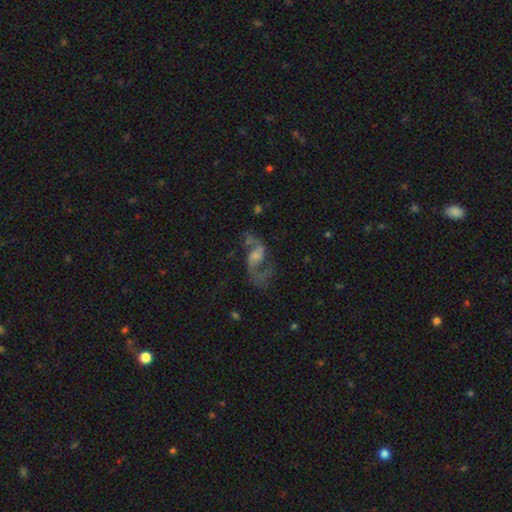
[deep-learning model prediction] This appears to be a featured or disk galaxy (77%) with a weak bar (46%), 2 (91%) loose (45%) spiral arms (92%) and a moderate central bulge (42%). Merging: none (74%).